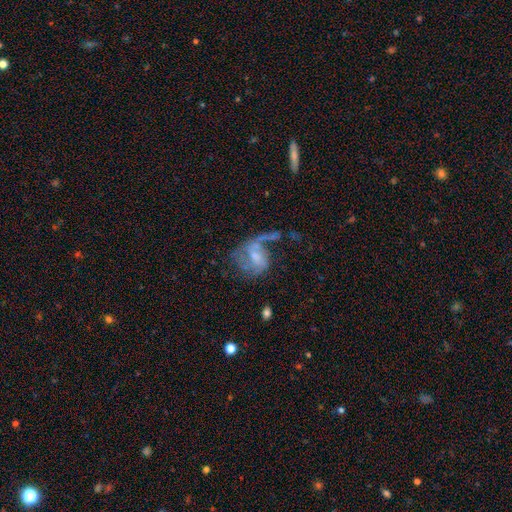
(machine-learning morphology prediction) Smooth or featured? Predicted: featured or disk (p=0.66). Edge-on disk? Predicted: no (p=0.97). Bar? Predicted: no (p=0.48). Spiral arms? Predicted: yes (p=0.69). Bulge size? Predicted: small (p=0.36). Merging? Predicted: major disturbance (p=0.45).